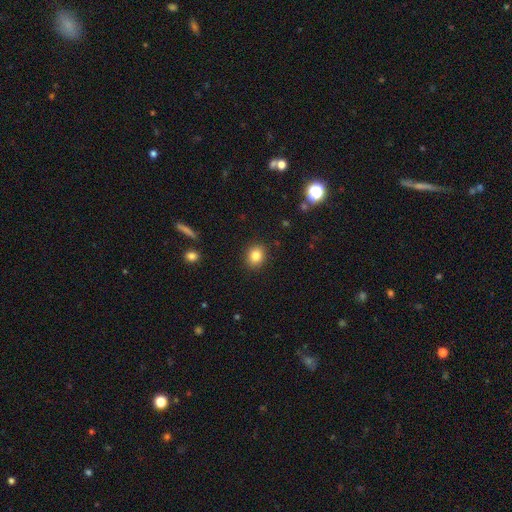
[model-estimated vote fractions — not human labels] smooth-or-featured: smooth: 83% | star or artifact: 11% | featured or disk: 6%
  how-rounded: round: 64% | in between: 35% | cigar-shaped: 1%
  merging: none: 90% | minor disturbance: 7% | major disturbance: 2% | merger: 1%